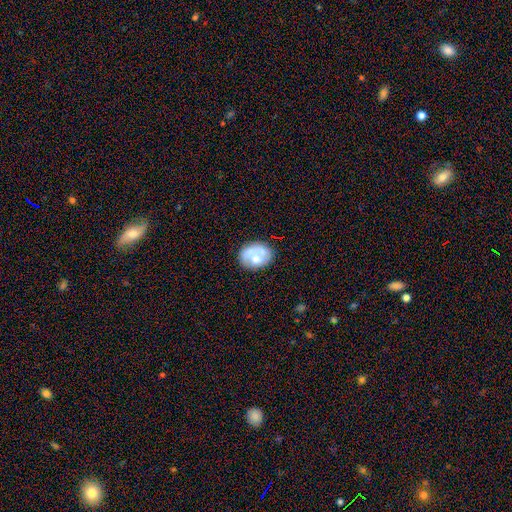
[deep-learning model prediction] A smooth galaxy with no disk features (55%) that is in between round and cigar-shaped (60%). Merging: none (56%).